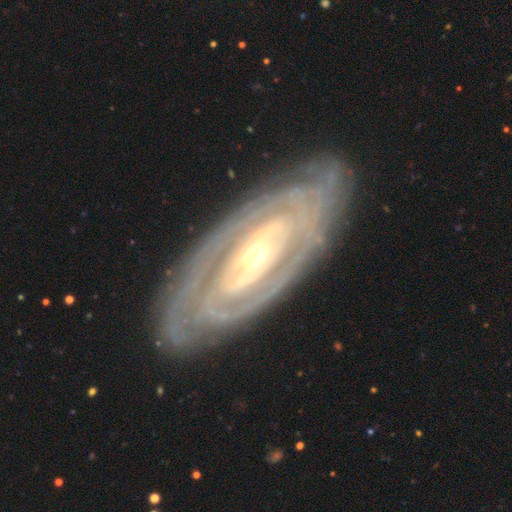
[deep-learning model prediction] Overall: featured or disk (88%). Edge-on disk: no (90%). Bar: no (43%; weak 29%). Spiral arms: yes (93%). Spiral arm count: can't tell (36%; 2 26%). Spiral winding: tight (82%). Bulge size: small (62%; moderate 34%). Merging: none (83%).